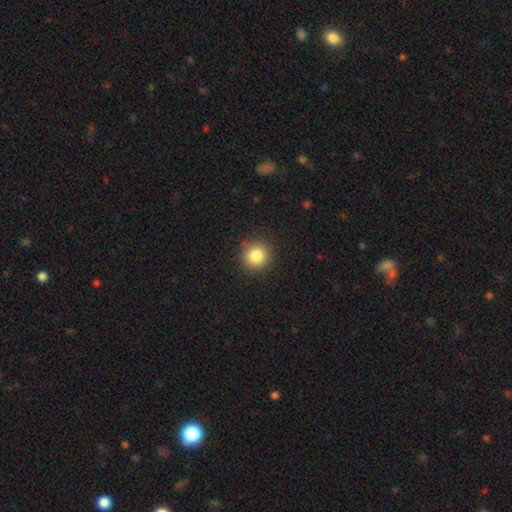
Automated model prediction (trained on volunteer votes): Smooth or featured: smooth — 83% (star or artifact — 11%)
How rounded: round — 92% (in between — 7%)
Merging: none — 90% (minor disturbance — 7%)